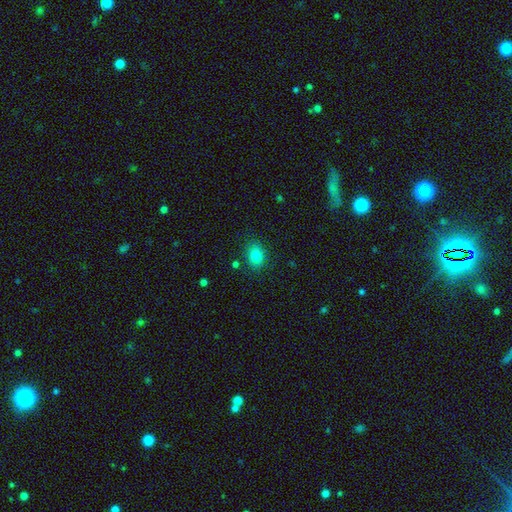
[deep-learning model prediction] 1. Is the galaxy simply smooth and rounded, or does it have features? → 82% smooth, 11% star or artifact, 7% featured or disk.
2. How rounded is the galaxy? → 67% in between, 32% round, 1% cigar-shaped.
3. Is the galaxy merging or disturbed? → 82% none, 12% minor disturbance, 3% major disturbance, 3% merger.